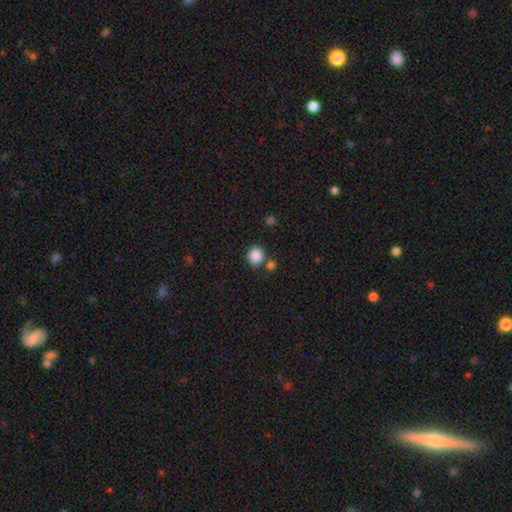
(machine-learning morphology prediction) smooth-or-featured: smooth: 86% | star or artifact: 10% | featured or disk: 4%
  how-rounded: round: 84% | in between: 15% | cigar-shaped: 1%
  merging: none: 77% | merger: 12% | minor disturbance: 9% | major disturbance: 3%